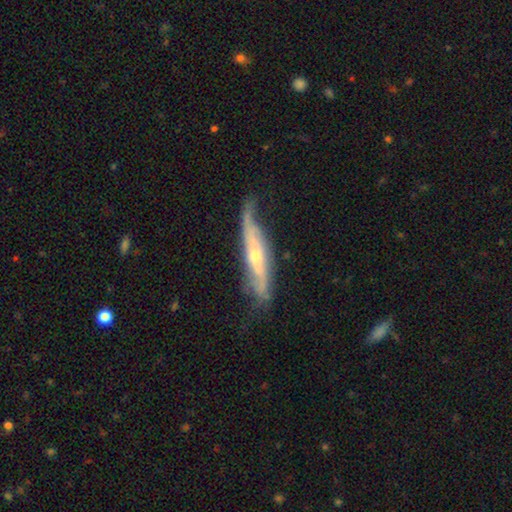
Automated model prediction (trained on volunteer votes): This appears to be a featured or disk galaxy (71%) viewed edge-on (53%). Merging: none (50%).